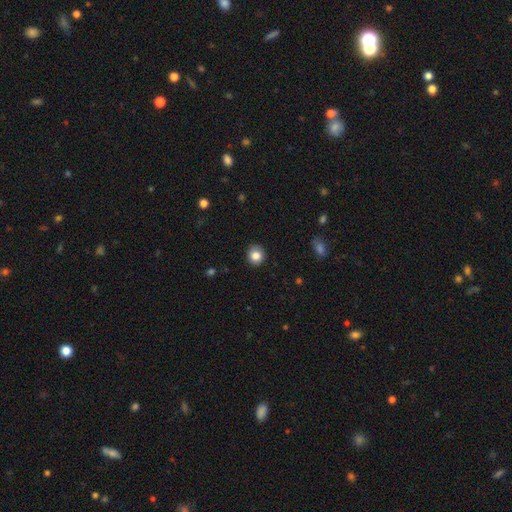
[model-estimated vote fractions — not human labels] A smooth galaxy with no disk features (83%) that is round (84%).

Vote fractions:
- Smooth or featured? smooth: 83% / star or artifact: 10% / featured or disk: 7%
- How rounded? round: 84% / in between: 15% / cigar-shaped: 1%
- Merging? none: 87% / minor disturbance: 9% / major disturbance: 2% / merger: 1%